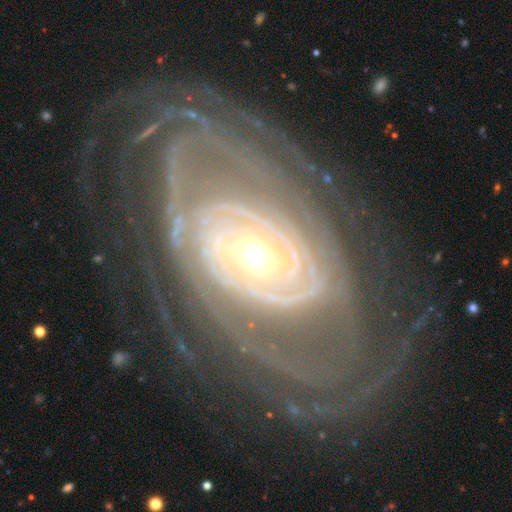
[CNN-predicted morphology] type=featured or disk (90%); edge-on=no (94%); bar=no (60%); spiral arms=yes (95%); winding=tight (80%); arm count=can't tell (32%); bulge=moderate (58%); merging=none (72%).